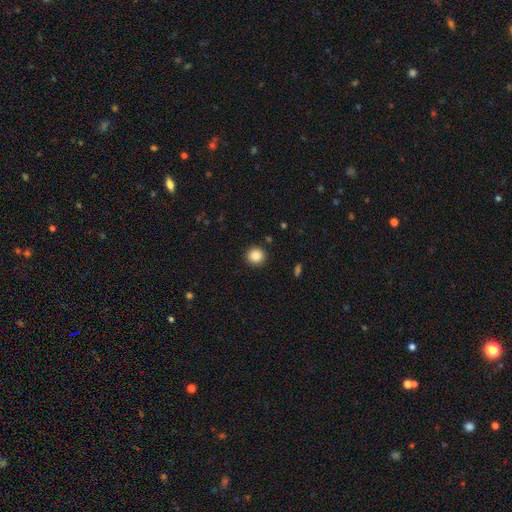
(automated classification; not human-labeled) Smooth or featured: smooth — 87% (star or artifact — 10%)
How rounded: round — 93% (in between — 6%)
Merging: none — 92% (minor disturbance — 5%)